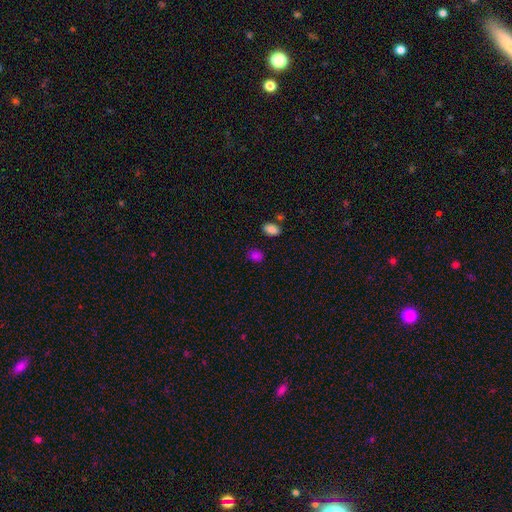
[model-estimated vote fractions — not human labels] smooth-or-featured: smooth: 82% | star or artifact: 14% | featured or disk: 4%
  how-rounded: in between: 56% | round: 43% | cigar-shaped: 1%
  merging: none: 81% | minor disturbance: 12% | merger: 4% | major disturbance: 3%